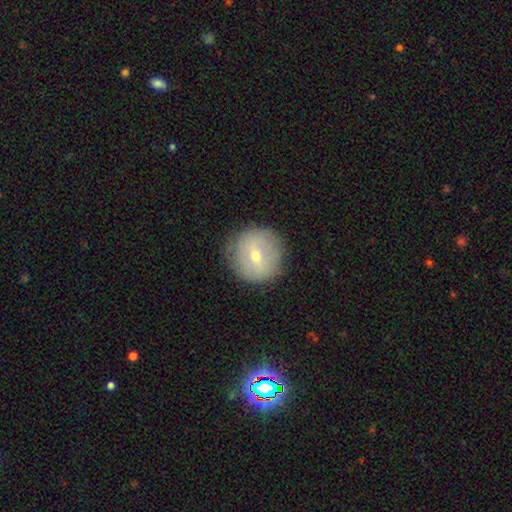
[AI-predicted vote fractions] Q: Smooth or featured?
A: smooth (52%); runner-up: featured or disk (38%)
Q: How rounded?
A: round (94%); runner-up: in between (5%)
Q: Merging?
A: none (85%); runner-up: minor disturbance (11%)